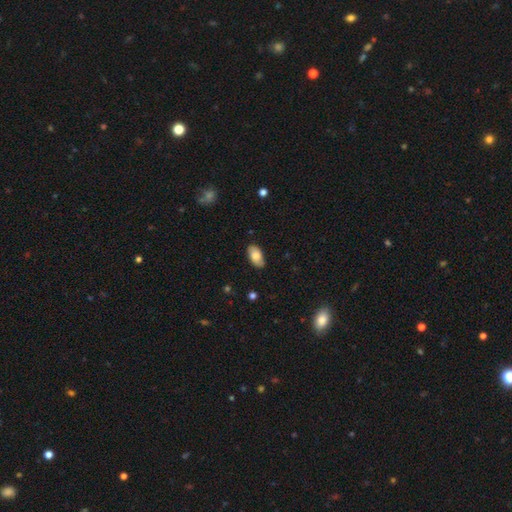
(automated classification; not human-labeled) A smooth galaxy with no disk features (68%) that is in between round and cigar-shaped (94%). Merging: none (83%).